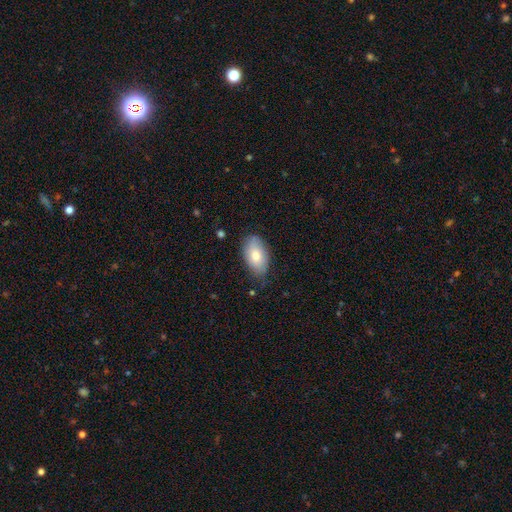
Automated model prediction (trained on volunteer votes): Smooth or featured: smooth — 77% (featured or disk — 16%)
How rounded: in between — 93% (round — 5%)
Merging: none — 75% (minor disturbance — 20%)